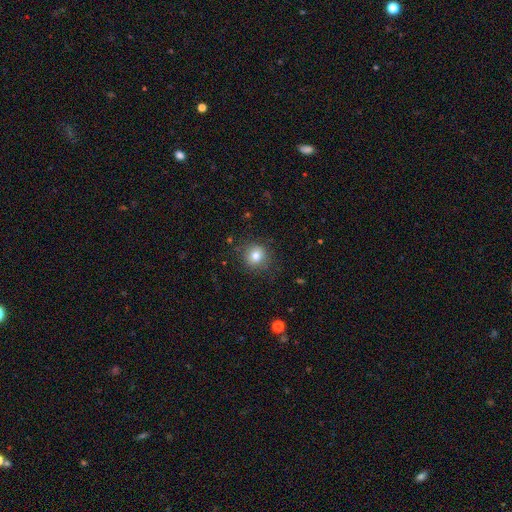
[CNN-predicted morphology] Smooth or featured: smooth — 80% (star or artifact — 12%)
How rounded: round — 90% (in between — 9%)
Merging: none — 86% (minor disturbance — 10%)